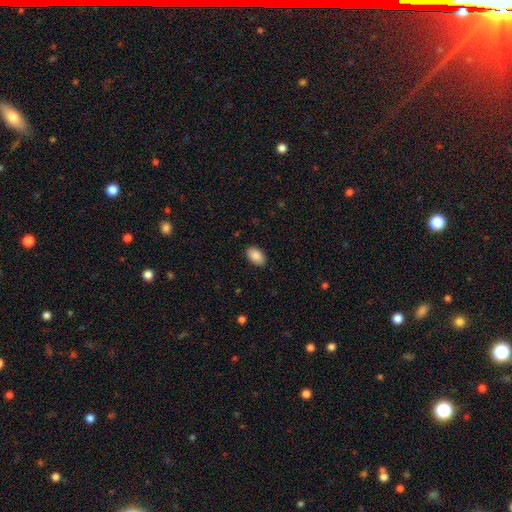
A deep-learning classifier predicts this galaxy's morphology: This appears to be a smooth galaxy with no disk features (89%) that is in between round and cigar-shaped (92%). Merging: none (89%).